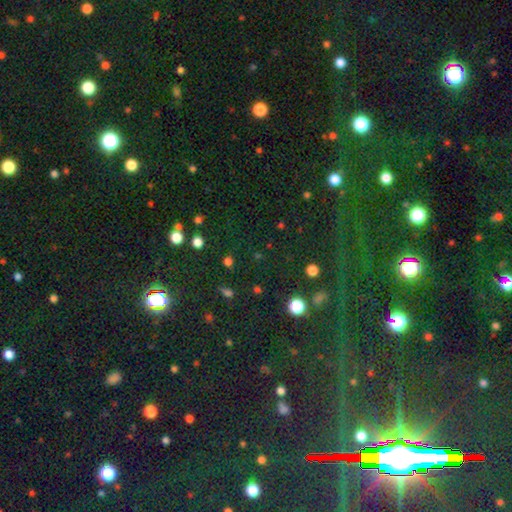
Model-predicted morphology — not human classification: star or artifact 77%, smooth 15%, featured or disk 8%.